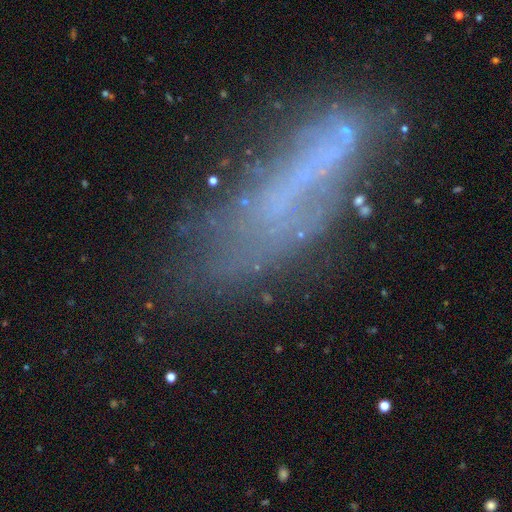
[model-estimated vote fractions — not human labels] A featured or disk galaxy (46%).

Vote fractions:
- Smooth or featured? featured or disk: 46% / smooth: 38% / star or artifact: 16%
- Merging? none: 55% / minor disturbance: 23% / major disturbance: 18% / merger: 5%